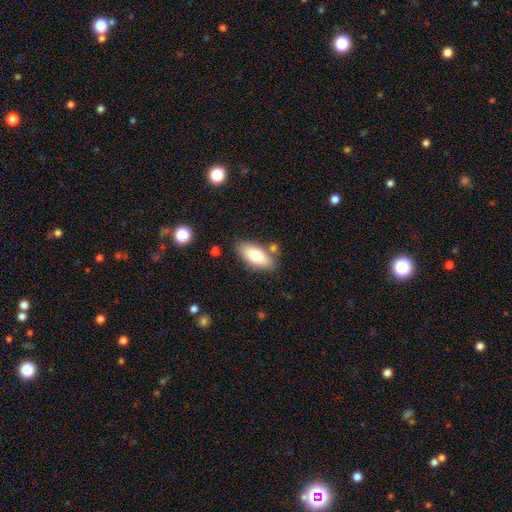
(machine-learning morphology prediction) Smooth or featured? smooth (76%)
How rounded? in between (87%)
Merging? none (78%)